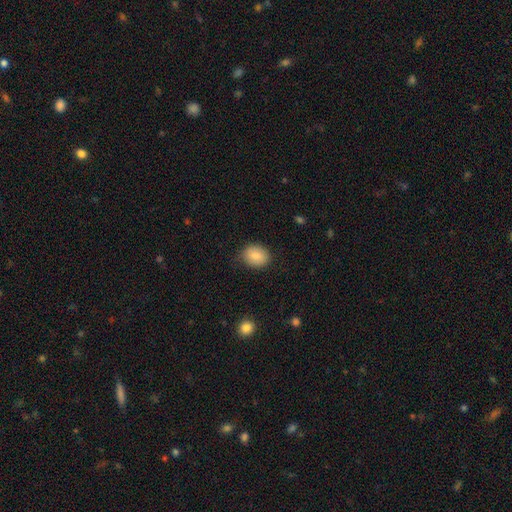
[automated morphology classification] smooth-or-featured: smooth: 87% | star or artifact: 7% | featured or disk: 6%
  how-rounded: in between: 59% | round: 40% | cigar-shaped: 1%
  merging: none: 80% | minor disturbance: 15% | major disturbance: 3% | merger: 1%